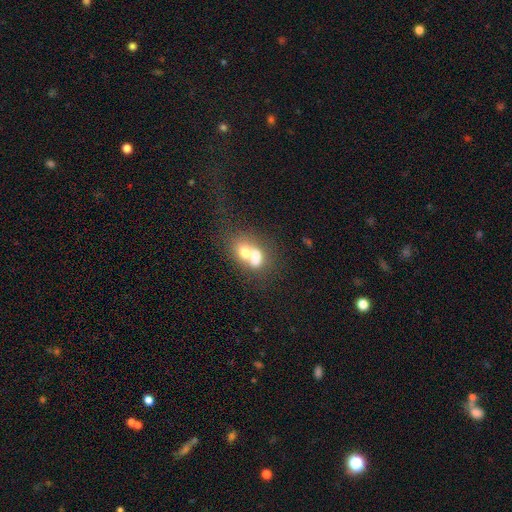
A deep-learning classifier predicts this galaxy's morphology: The model was most divided on "how rounded": in between: 58%, round: 39%, cigar-shaped: 2%. More confident: merging — merger (70%); smooth or featured — smooth (64%).